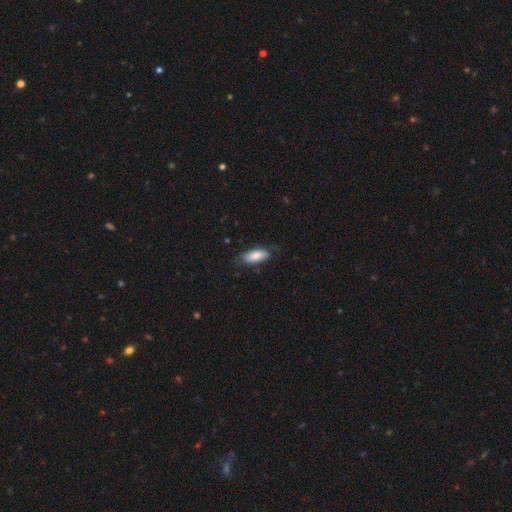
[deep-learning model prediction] smooth 79%, featured or disk 15%, star or artifact 6%. Down the decision tree: how rounded — in between (79%); merging — none (72%).